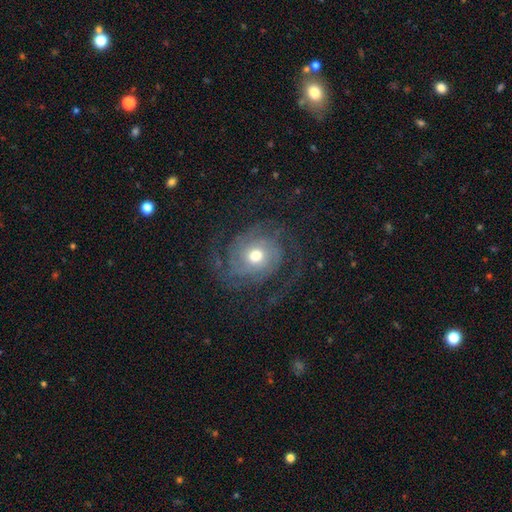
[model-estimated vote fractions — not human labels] Smooth or featured?
  - featured or disk: 83% *
  - smooth: 11%
  - star or artifact: 6%
Edge-on disk?
  - no: 97% *
  - yes: 3%
Bar?
  - no: 76% *
  - weak: 19%
  - strong: 4%
Spiral arms?
  - yes: 94% *
  - no: 6%
Spiral winding?
  - tight: 46% *
  - medium: 37%
  - loose: 17%
Spiral arm count?
  - 2: 35% *
  - 3: 23%
  - can't tell: 20%
  - 4: 8%
  - 1: 7%
  - more than 4: 6%
Bulge size?
  - moderate: 73% *
  - large: 14%
  - small: 11%
  - dominant: 1%
  - none: 1%
Merging?
  - none: 68% *
  - major disturbance: 17%
  - minor disturbance: 14%
  - merger: 1%